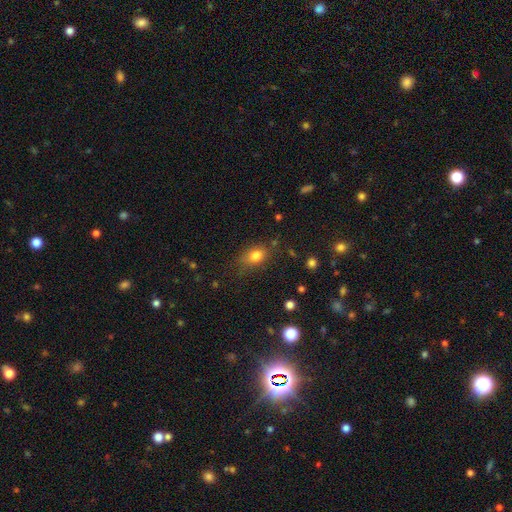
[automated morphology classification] type=smooth (80%); roundness=in between (75%); merging=none (73%).